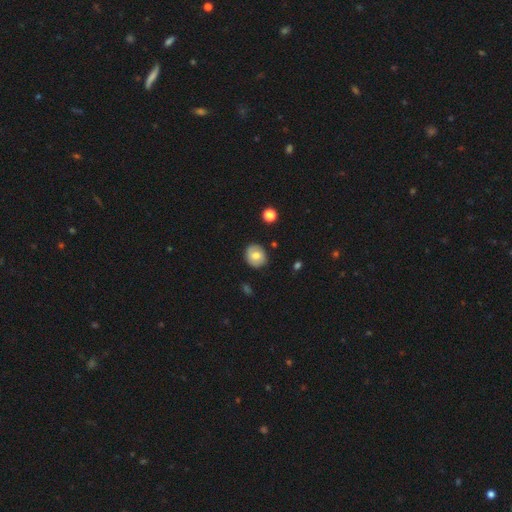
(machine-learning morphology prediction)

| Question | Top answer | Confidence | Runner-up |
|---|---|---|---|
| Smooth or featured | smooth | 70% | featured or disk (21%) |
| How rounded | round | 78% | in between (21%) |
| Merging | none | 86% | minor disturbance (10%) |